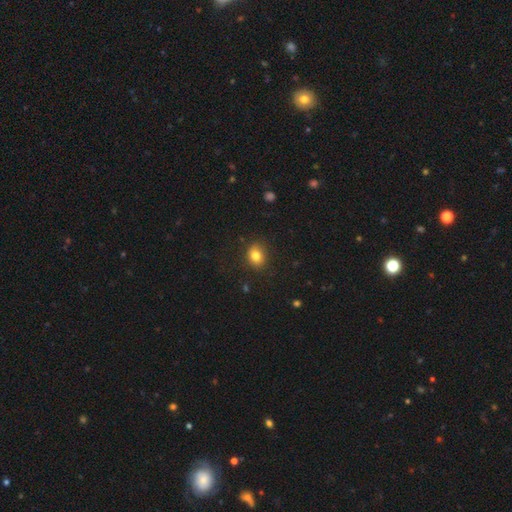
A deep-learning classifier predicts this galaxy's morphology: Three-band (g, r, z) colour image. It shows a smooth galaxy with no disk features (82%) that is round (55%). Merging: none (85%).